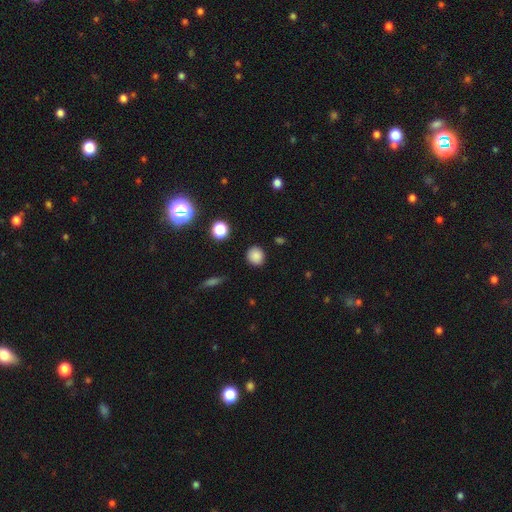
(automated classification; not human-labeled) The model was most divided on "how rounded": round: 84%, in between: 15%, cigar-shaped: 1%. More confident: merging — none (88%); smooth or featured — smooth (85%).